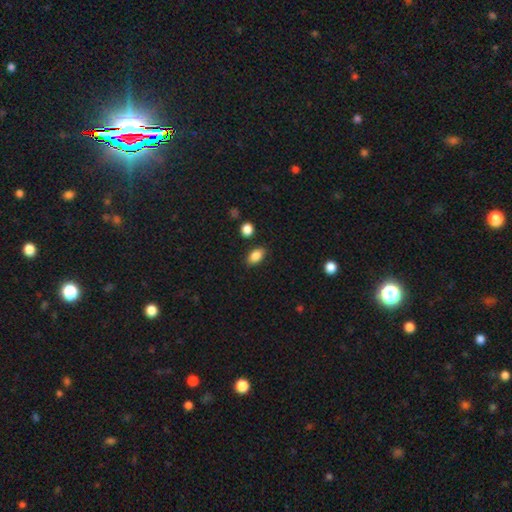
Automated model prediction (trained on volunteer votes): Smooth or featured: smooth — 86% (star or artifact — 9%)
How rounded: in between — 87% (round — 11%)
Merging: none — 83% (minor disturbance — 11%)